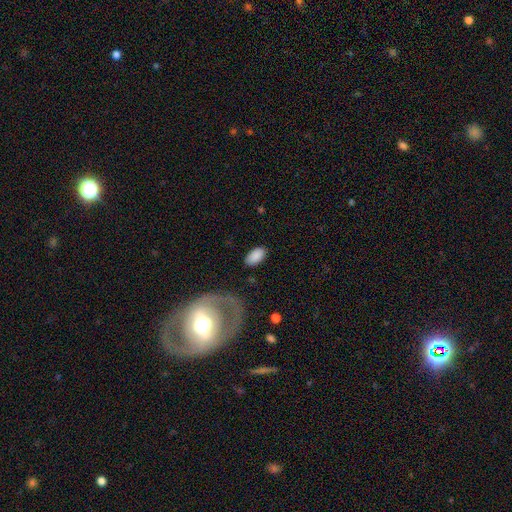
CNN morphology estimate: smooth_or_featured: smooth (p=0.86) [alt: featured or disk p=0.07]
how_rounded: in between (p=0.95) [alt: round p=0.03]
merging: none (p=0.80) [alt: minor disturbance p=0.12]